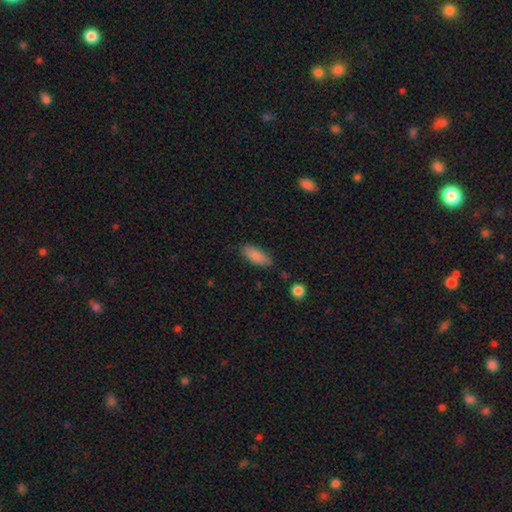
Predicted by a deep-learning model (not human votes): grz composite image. It shows a smooth galaxy with no disk features (87%) that is in between round and cigar-shaped (75%). Merging: none (77%).